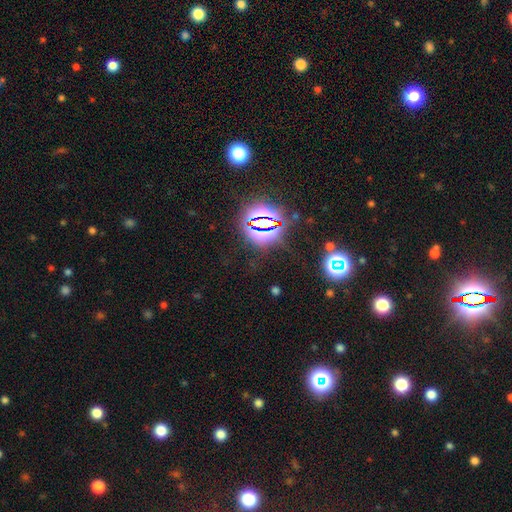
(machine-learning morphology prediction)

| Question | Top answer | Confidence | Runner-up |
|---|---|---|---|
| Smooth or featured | star or artifact | 81% | smooth (12%) |